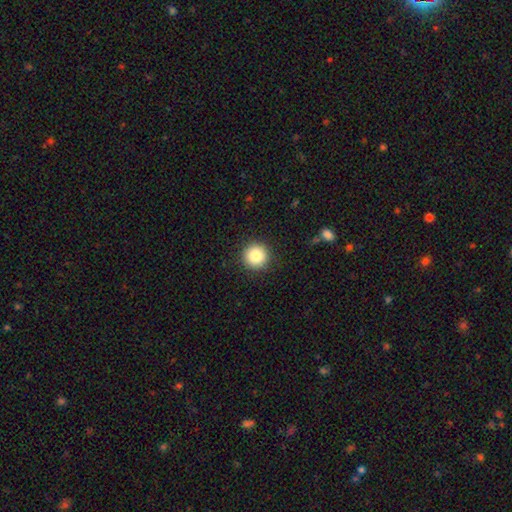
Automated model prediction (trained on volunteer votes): Smooth or featured? smooth (86%)
How rounded? round (96%)
Merging? none (91%)